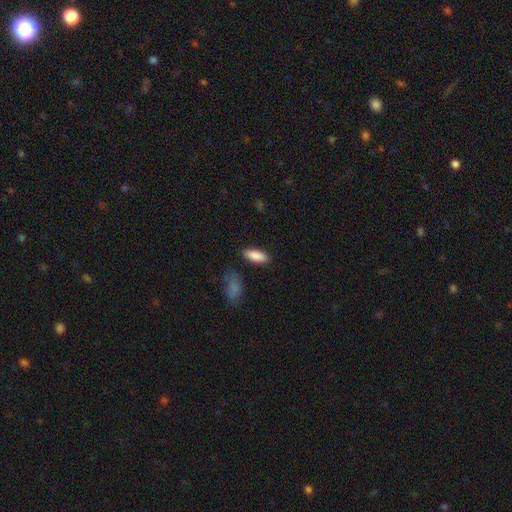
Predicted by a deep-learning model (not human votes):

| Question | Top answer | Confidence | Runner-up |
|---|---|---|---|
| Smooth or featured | smooth | 88% | star or artifact (6%) |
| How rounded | in between | 73% | cigar-shaped (25%) |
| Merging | none | 85% | minor disturbance (10%) |